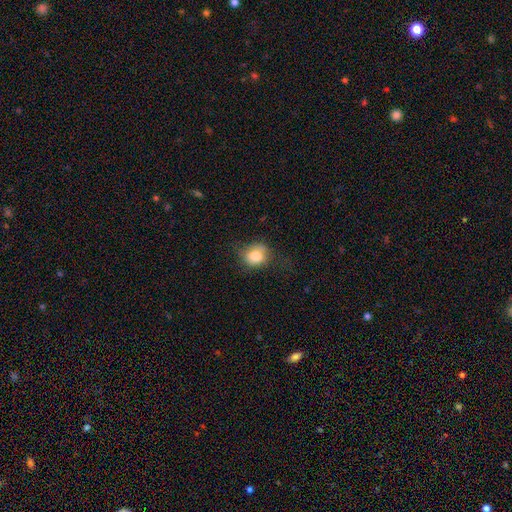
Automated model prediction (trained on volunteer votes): A smooth galaxy with no disk features (79%) that is round (65%).

Vote fractions:
- Smooth or featured? smooth: 79% / featured or disk: 11% / star or artifact: 10%
- How rounded? round: 65% / in between: 34% / cigar-shaped: 1%
- Merging? none: 61% / minor disturbance: 26% / major disturbance: 11% / merger: 2%